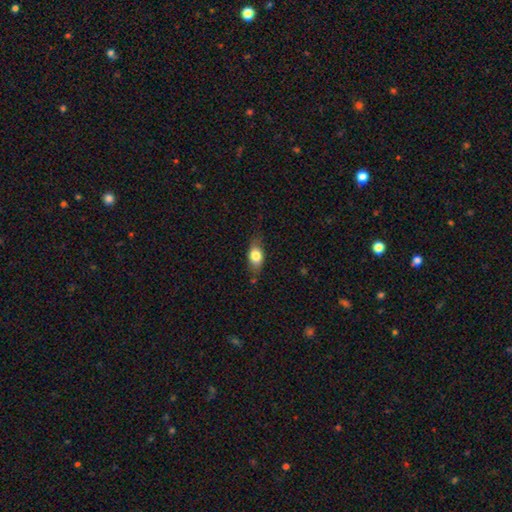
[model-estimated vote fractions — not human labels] A smooth galaxy with no disk features (75%) that is in between round and cigar-shaped (81%). Merging: none (71%).